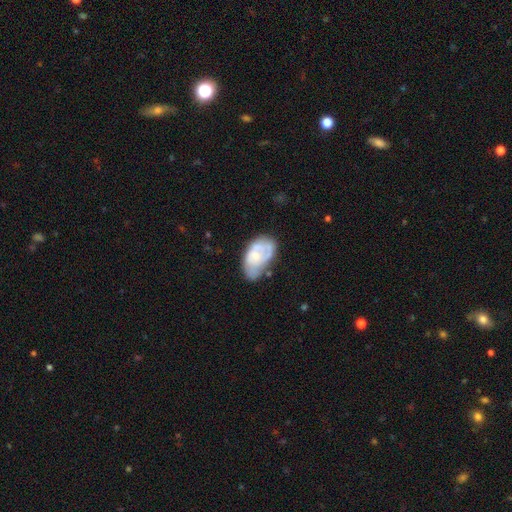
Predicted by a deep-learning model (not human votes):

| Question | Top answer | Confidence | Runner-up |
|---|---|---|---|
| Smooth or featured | featured or disk | 53% | smooth (40%) |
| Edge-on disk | no | 96% | yes (4%) |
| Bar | no | 79% | weak (18%) |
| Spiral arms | no | 55% | yes (45%) |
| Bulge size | small | 52% | moderate (35%) |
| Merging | none | 40% | minor disturbance (33%) |